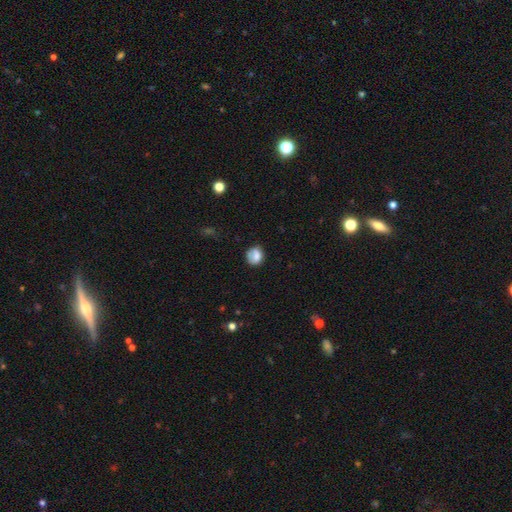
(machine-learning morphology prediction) Q: Smooth or featured?
A: smooth (75%); runner-up: featured or disk (15%)
Q: How rounded?
A: round (71%); runner-up: in between (28%)
Q: Merging?
A: none (60%); runner-up: minor disturbance (25%)